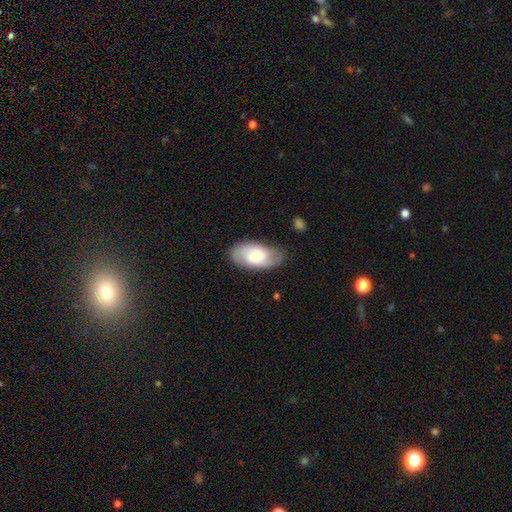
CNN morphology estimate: A smooth galaxy with no disk features (53%) that is in between round and cigar-shaped (93%). Merging: none (76%).